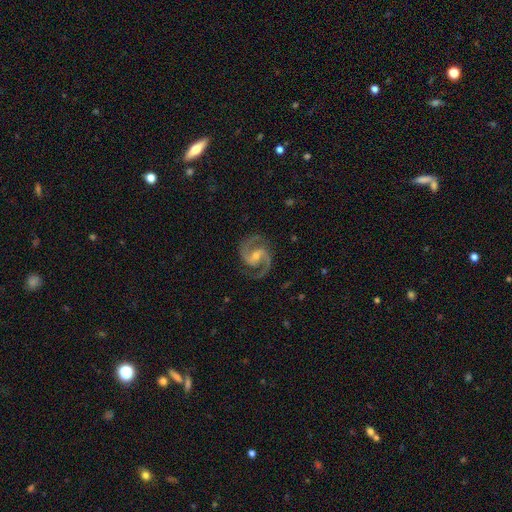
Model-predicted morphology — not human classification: Q: Smooth or featured?
A: featured or disk (94%); runner-up: star or artifact (4%)
Q: Edge-on disk?
A: no (98%); runner-up: yes (2%)
Q: Bar?
A: weak (46%); runner-up: no (31%)
Q: Spiral arms?
A: yes (99%); runner-up: no (1%)
Q: Spiral winding?
A: medium (68%); runner-up: tight (20%)
Q: Spiral arm count?
A: 2 (94%); runner-up: 3 (1%)
Q: Bulge size?
A: small (48%); runner-up: moderate (47%)
Q: Merging?
A: none (84%); runner-up: minor disturbance (11%)